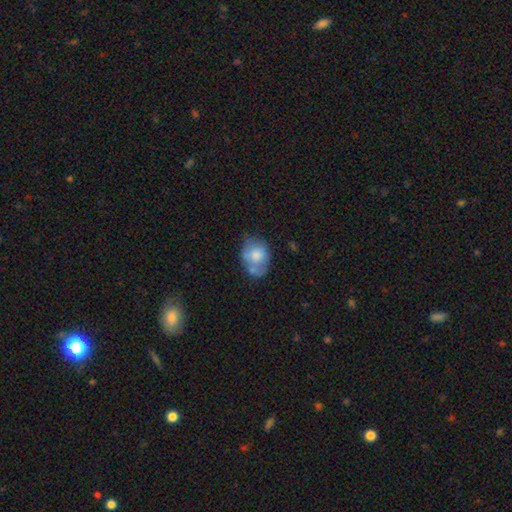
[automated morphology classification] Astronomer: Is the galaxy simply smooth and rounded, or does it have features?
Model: smooth — 69%.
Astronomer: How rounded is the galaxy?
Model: in between — 59% (runner-up: round, 40%).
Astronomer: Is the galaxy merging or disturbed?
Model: none — 40% (runner-up: minor disturbance, 29%).